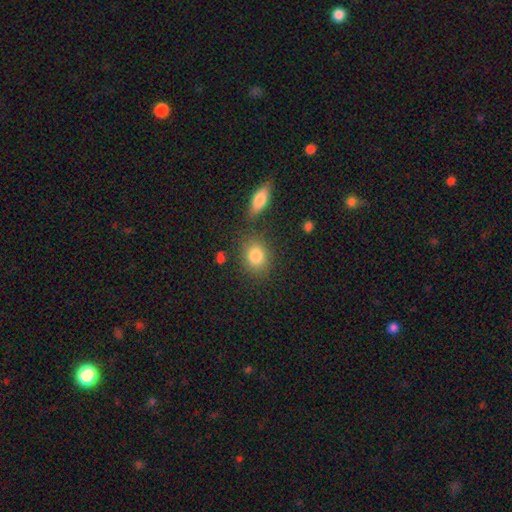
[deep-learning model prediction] A smooth galaxy with no disk features (83%) that is round (51%).

Vote fractions:
- Smooth or featured? smooth: 83% / star or artifact: 9% / featured or disk: 7%
- How rounded? round: 51% / in between: 47% / cigar-shaped: 2%
- Merging? none: 76% / minor disturbance: 11% / merger: 8% / major disturbance: 4%